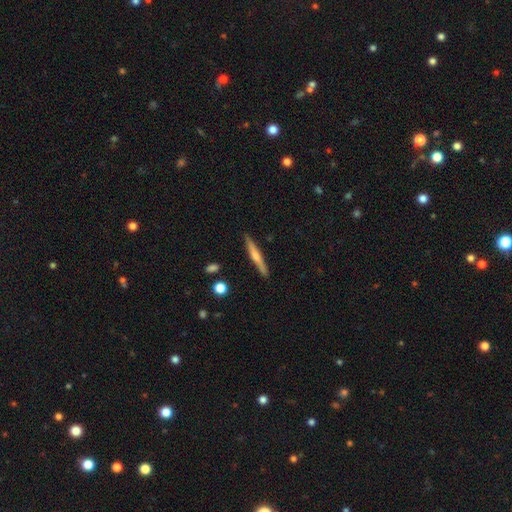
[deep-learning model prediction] The model was most divided on "smooth or featured": smooth: 48%, featured or disk: 47%, star or artifact: 6%. More confident: merging — none (88%).